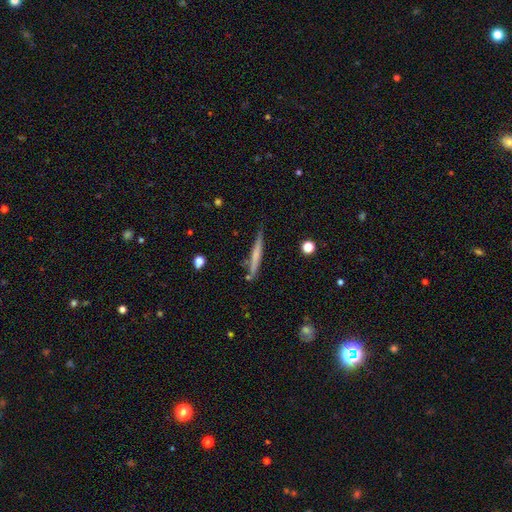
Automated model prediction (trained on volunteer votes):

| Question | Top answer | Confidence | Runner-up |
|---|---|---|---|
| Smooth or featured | smooth | 50% | featured or disk (44%) |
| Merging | none | 78% | minor disturbance (15%) |